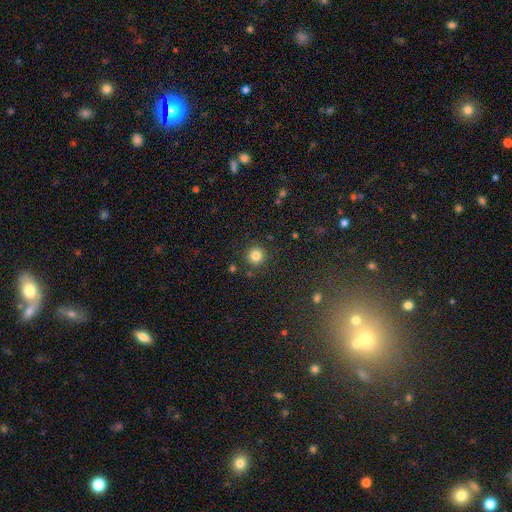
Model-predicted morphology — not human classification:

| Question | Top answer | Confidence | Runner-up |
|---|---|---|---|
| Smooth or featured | smooth | 83% | star or artifact (12%) |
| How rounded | round | 94% | in between (5%) |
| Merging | none | 89% | minor disturbance (6%) |